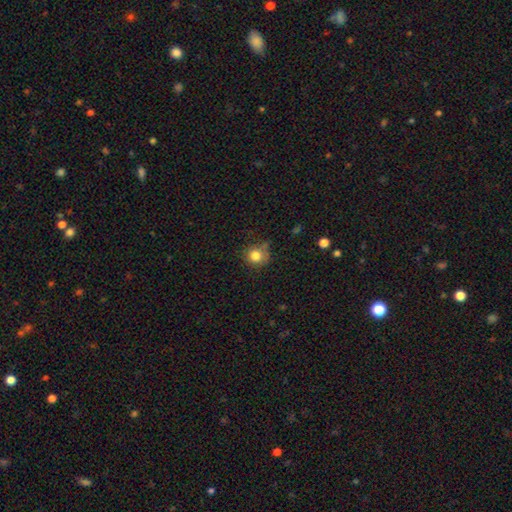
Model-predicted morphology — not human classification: smooth 82%, star or artifact 11%, featured or disk 7%. Down the decision tree: how rounded — round (88%); merging — none (66%).